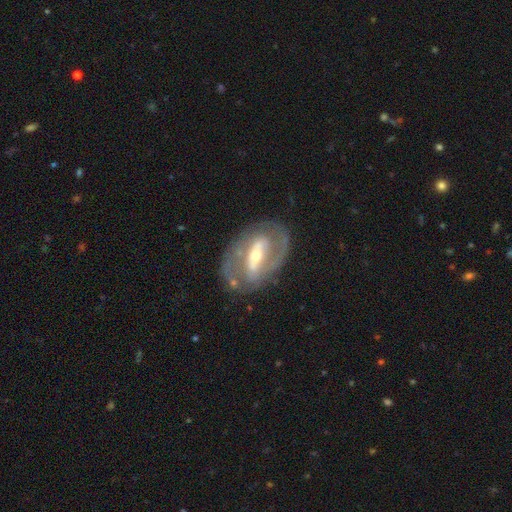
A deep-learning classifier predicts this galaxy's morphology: type=featured or disk (81%); edge-on=no (93%); bar=strong (55%); spiral arms=yes (72%); winding=tight (42%); arm count=2 (72%); bulge=moderate (49%); merging=none (72%).